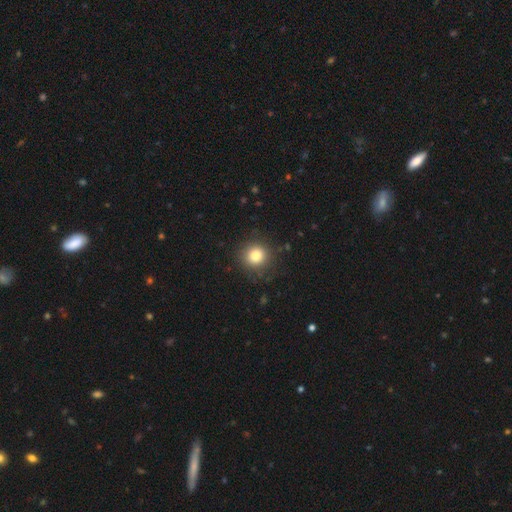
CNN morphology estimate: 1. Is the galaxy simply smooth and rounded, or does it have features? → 81% smooth, 12% star or artifact, 7% featured or disk.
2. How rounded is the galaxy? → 91% round, 8% in between, 1% cigar-shaped.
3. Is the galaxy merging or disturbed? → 87% none, 9% minor disturbance, 3% major disturbance, 1% merger.